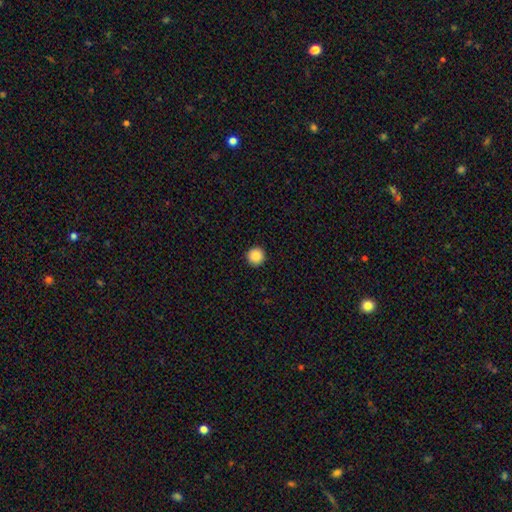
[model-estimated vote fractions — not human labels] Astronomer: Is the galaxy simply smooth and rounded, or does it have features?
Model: smooth — 88%.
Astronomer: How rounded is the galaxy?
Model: round — 96%.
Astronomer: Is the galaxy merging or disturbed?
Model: none — 94%.